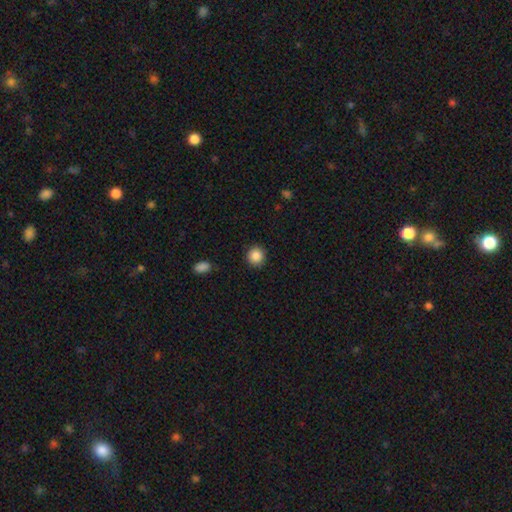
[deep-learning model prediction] The model was most divided on "smooth or featured": smooth: 87%, star or artifact: 9%, featured or disk: 4%. More confident: how rounded — round (93%); merging — none (91%).